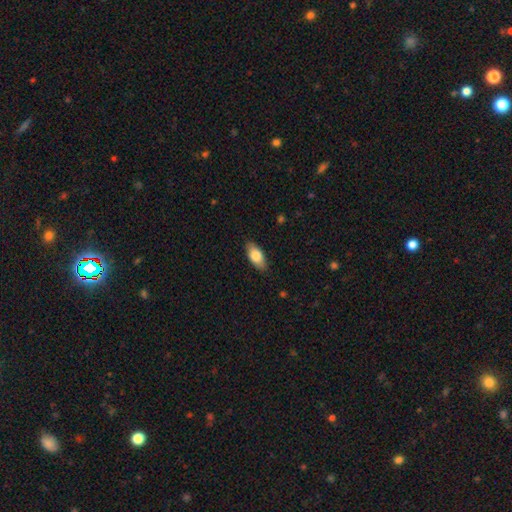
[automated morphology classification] smooth_or_featured: smooth (p=0.79) [alt: featured or disk p=0.15]
how_rounded: in between (p=0.88) [alt: cigar-shaped p=0.09]
merging: none (p=0.87) [alt: minor disturbance p=0.10]